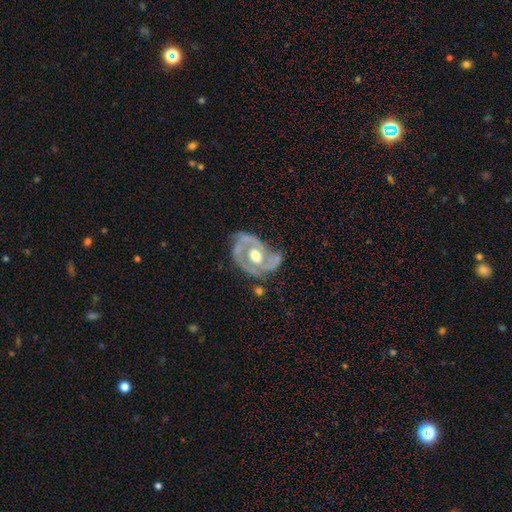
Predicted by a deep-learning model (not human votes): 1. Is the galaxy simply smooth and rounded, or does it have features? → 82% featured or disk, 13% smooth, 4% star or artifact.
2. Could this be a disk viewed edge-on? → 96% no, 4% yes.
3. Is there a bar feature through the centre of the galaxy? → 71% no, 22% weak, 7% strong.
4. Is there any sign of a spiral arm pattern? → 74% yes, 26% no.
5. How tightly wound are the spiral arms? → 49% tight, 36% medium, 15% loose.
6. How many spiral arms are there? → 51% 2, 19% can't tell, 16% 1, 9% 3, 2% 4, 2% more than 4.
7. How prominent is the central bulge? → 71% moderate, 19% large, 7% small, 1% dominant, 1% none.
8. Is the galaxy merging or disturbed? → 55% none, 27% minor disturbance, 15% major disturbance, 3% merger.